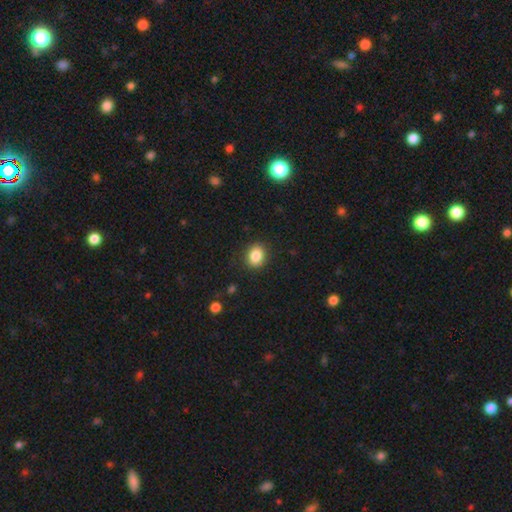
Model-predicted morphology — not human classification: type=smooth (85%); roundness=round (56%); merging=none (89%).